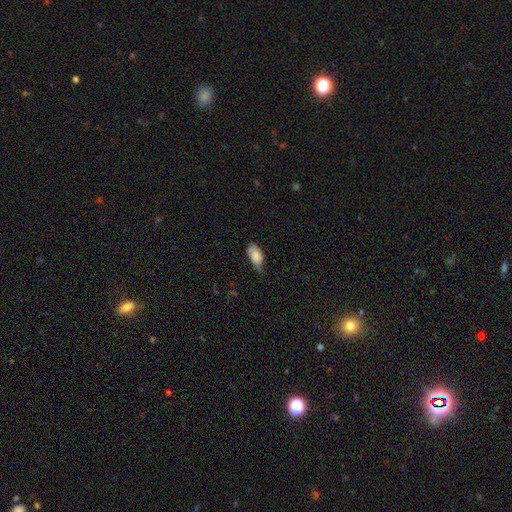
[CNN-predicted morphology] A smooth galaxy with no disk features (79%) that is in between round and cigar-shaped (92%). Merging: none (46%).